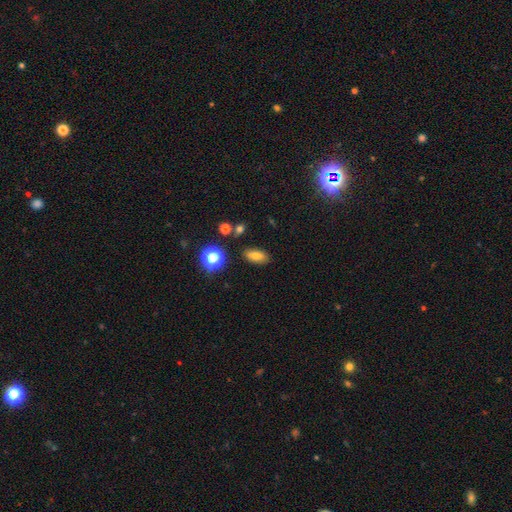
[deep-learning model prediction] smooth_or_featured: smooth (p=0.75) [alt: star or artifact p=0.14]
how_rounded: in between (p=0.83) [alt: round p=0.09]
merging: none (p=0.86) [alt: minor disturbance p=0.09]